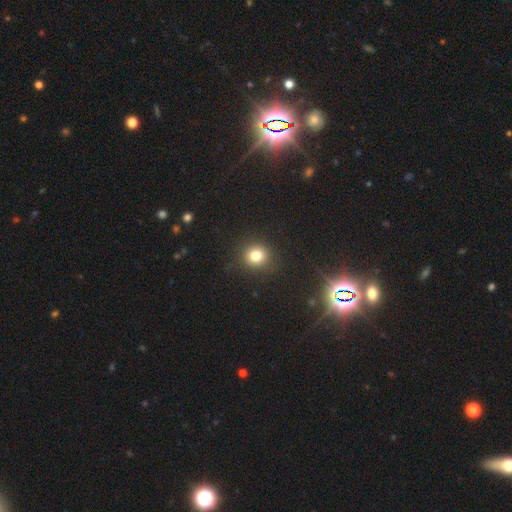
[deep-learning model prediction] A smooth galaxy with no disk features (79%) that is round (88%). Merging: none (89%).